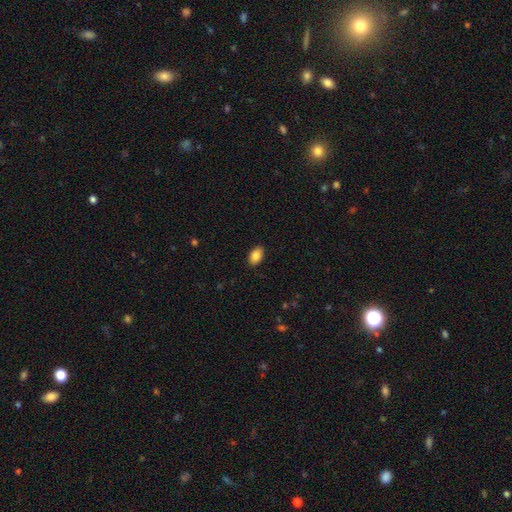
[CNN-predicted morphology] A smooth galaxy with no disk features (85%) that is in between round and cigar-shaped (91%). Merging: none (89%).